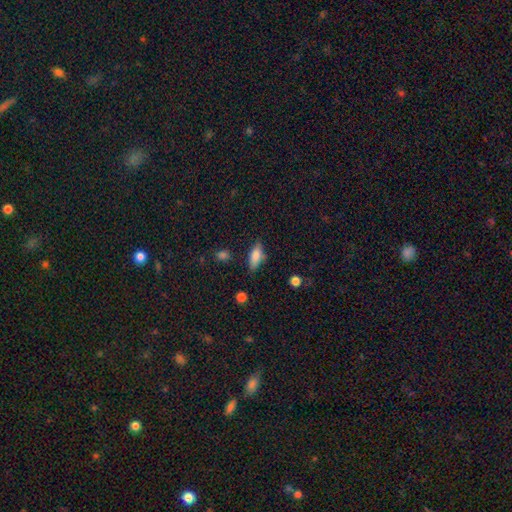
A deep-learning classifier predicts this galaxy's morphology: smooth_or_featured: smooth (p=0.77) [alt: featured or disk p=0.15]
how_rounded: in between (p=0.72) [alt: cigar-shaped p=0.25]
merging: none (p=0.72) [alt: minor disturbance p=0.19]